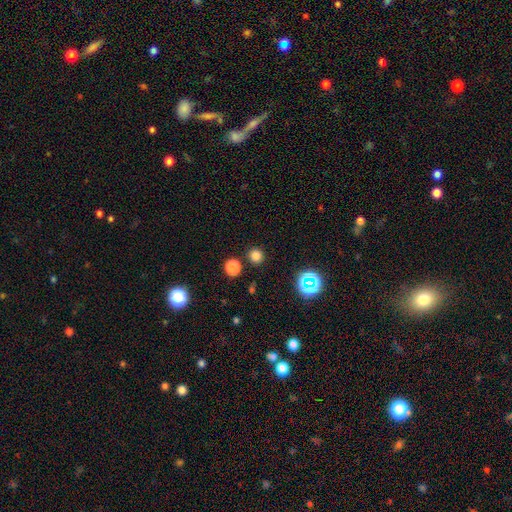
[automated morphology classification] The model was most divided on "smooth or featured": smooth: 78%, star or artifact: 18%, featured or disk: 5%. More confident: how rounded — round (93%); merging — none (88%).